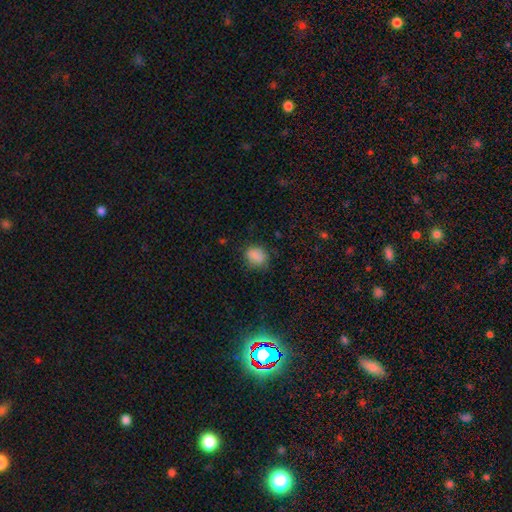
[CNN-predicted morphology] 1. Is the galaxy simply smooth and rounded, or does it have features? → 84% smooth, 11% star or artifact, 6% featured or disk.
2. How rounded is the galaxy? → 53% in between, 46% round, 1% cigar-shaped.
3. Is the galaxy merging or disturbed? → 69% none, 22% minor disturbance, 7% major disturbance, 2% merger.